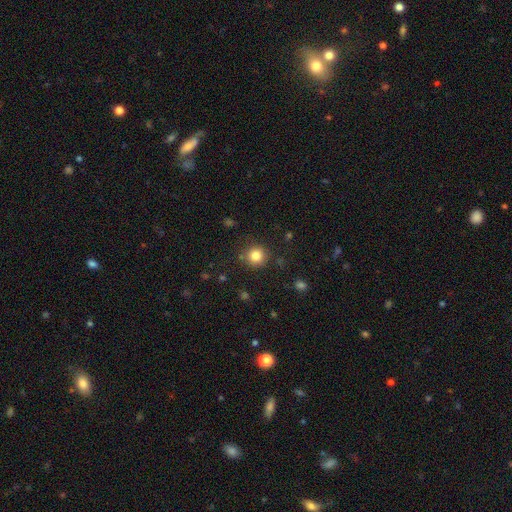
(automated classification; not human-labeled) Smooth or featured: smooth — 82% (star or artifact — 12%)
How rounded: round — 94% (in between — 5%)
Merging: none — 87% (minor disturbance — 8%)